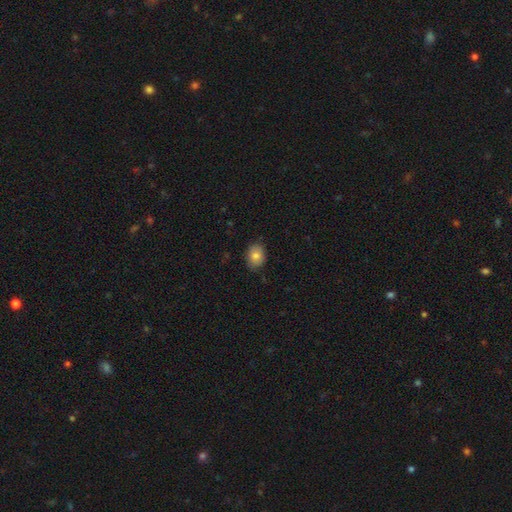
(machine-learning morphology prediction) smooth_or_featured: smooth (p=0.82) [alt: featured or disk p=0.10]
how_rounded: in between (p=0.69) [alt: round p=0.30]
merging: none (p=0.84) [alt: minor disturbance p=0.12]